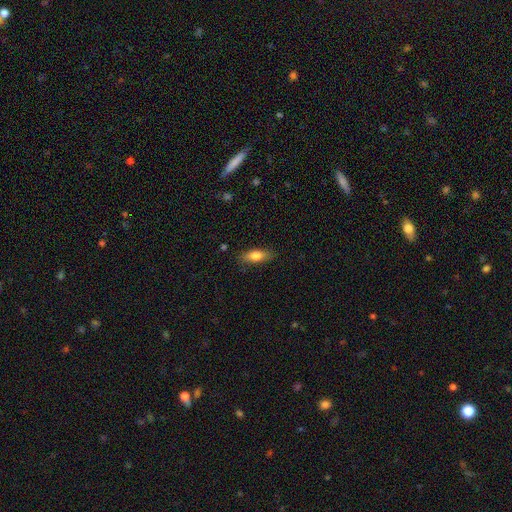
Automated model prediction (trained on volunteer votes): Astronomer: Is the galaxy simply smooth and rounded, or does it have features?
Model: smooth — 78%.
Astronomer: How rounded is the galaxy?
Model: in between — 71%.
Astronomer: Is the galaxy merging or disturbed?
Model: none — 84%.